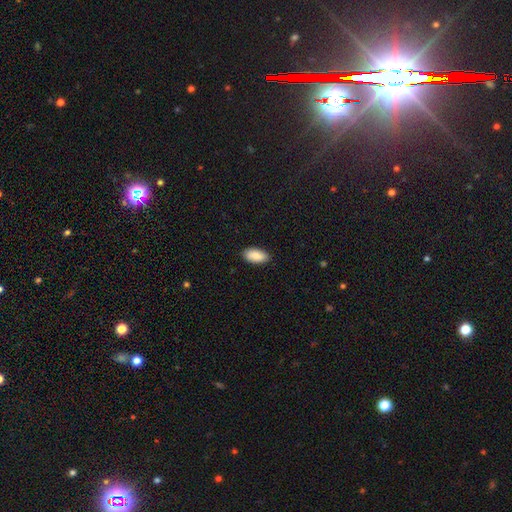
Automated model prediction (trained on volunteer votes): This appears to be a smooth galaxy with no disk features (86%) that is in between round and cigar-shaped (93%). Merging: none (88%).